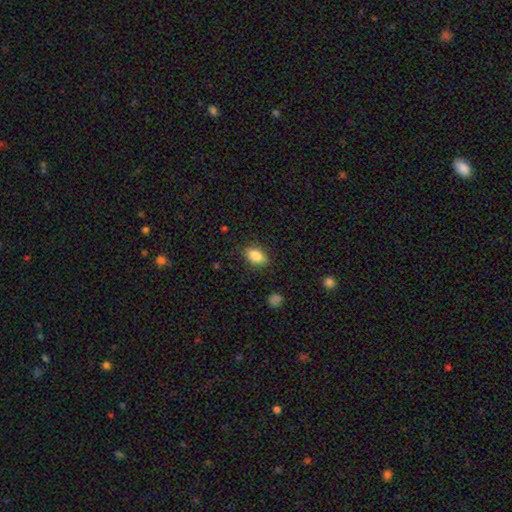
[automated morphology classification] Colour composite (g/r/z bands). It shows a smooth galaxy with no disk features (85%) that is in between round and cigar-shaped (85%). Merging: none (83%).